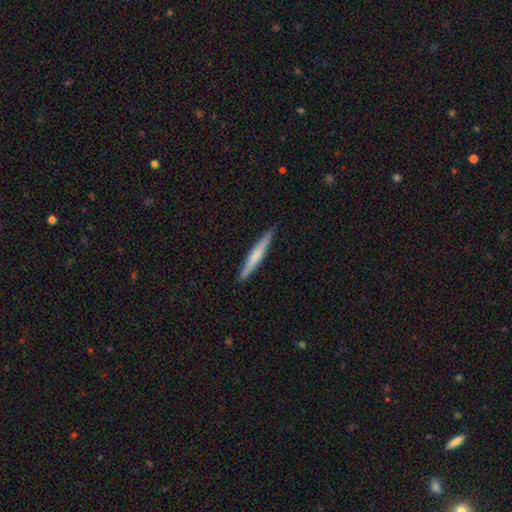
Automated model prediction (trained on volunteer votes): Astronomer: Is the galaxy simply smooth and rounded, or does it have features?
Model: smooth — 53% (runner-up: featured or disk, 42%).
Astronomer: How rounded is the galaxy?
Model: cigar-shaped — 96%.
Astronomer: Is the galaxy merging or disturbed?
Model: none — 92%.